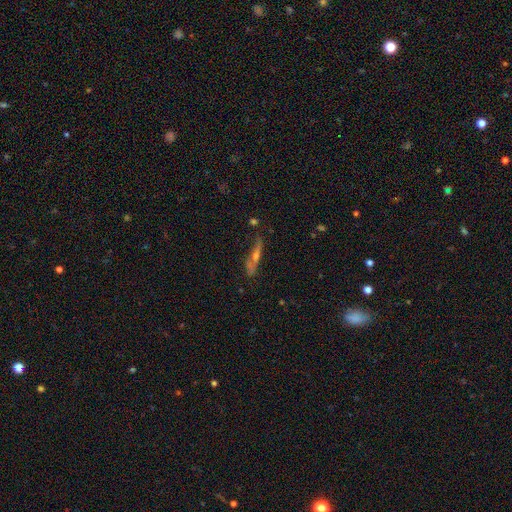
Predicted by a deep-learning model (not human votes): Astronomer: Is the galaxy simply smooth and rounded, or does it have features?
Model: featured or disk — 59%.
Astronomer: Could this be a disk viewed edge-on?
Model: yes — 84%.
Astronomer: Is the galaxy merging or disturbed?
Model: none — 67%.